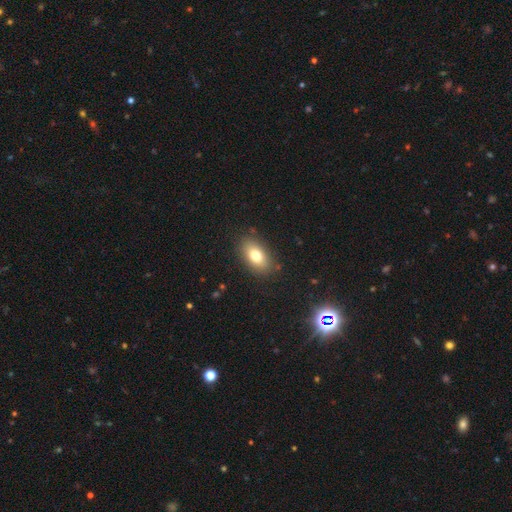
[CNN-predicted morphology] Overall: smooth (77%). How rounded: in between (89%). Merging: none (85%).